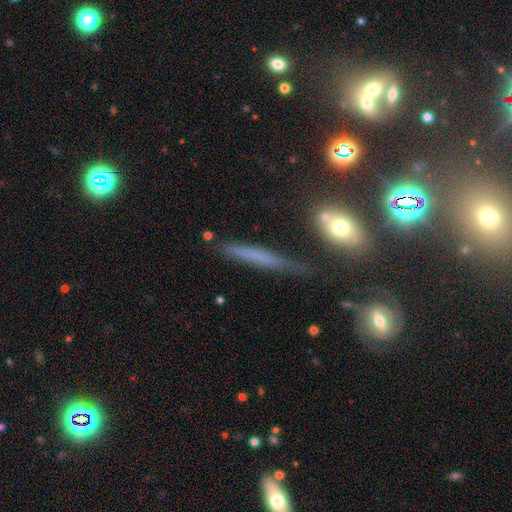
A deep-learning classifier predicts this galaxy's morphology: smooth-or-featured: smooth: 49% | featured or disk: 37% | star or artifact: 14%
  merging: none: 76% | minor disturbance: 16% | major disturbance: 4% | merger: 3%